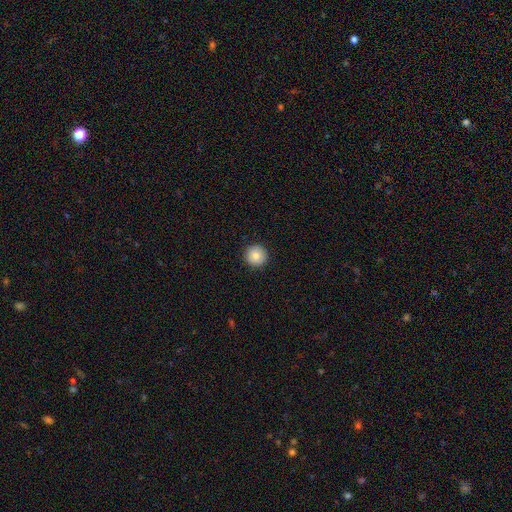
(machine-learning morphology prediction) Smooth or featured? smooth (85%)
How rounded? round (96%)
Merging? none (93%)